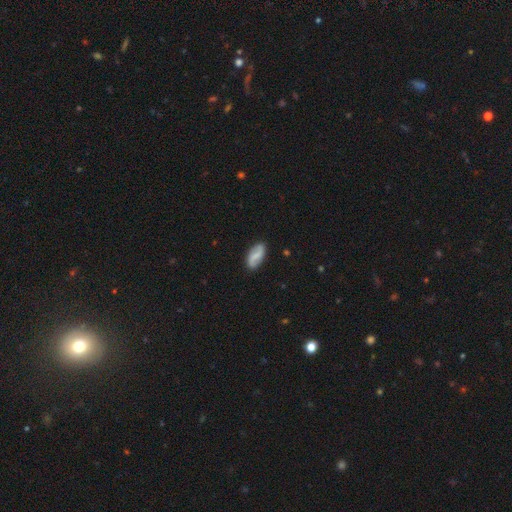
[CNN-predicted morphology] A smooth galaxy with no disk features (47%). Merging: none (84%).